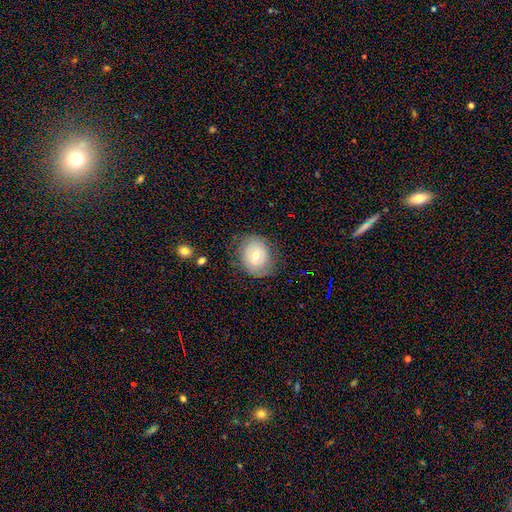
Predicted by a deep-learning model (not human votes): This is possibly a featured or disk galaxy (50%). Merging: likely none (71%).